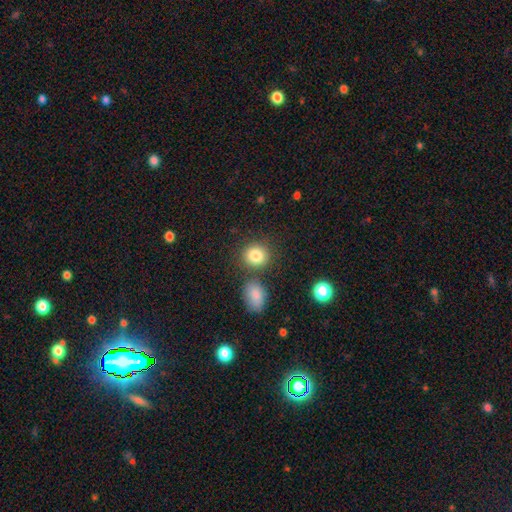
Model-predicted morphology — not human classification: smooth 84%, star or artifact 9%, featured or disk 6%. Down the decision tree: how rounded — round (78%); merging — none (72%).